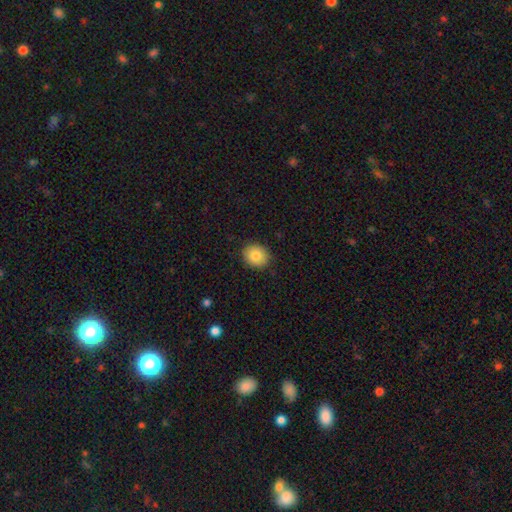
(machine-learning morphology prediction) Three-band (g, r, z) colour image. It shows a smooth galaxy with no disk features (83%) that is round (79%). Merging: none (89%).